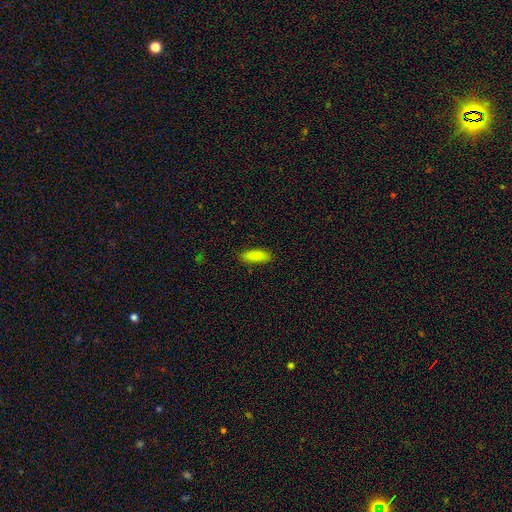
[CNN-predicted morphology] smooth_or_featured: smooth (p=0.87) [alt: star or artifact p=0.08]
how_rounded: in between (p=0.68) [alt: cigar-shaped p=0.30]
merging: none (p=0.85) [alt: minor disturbance p=0.11]